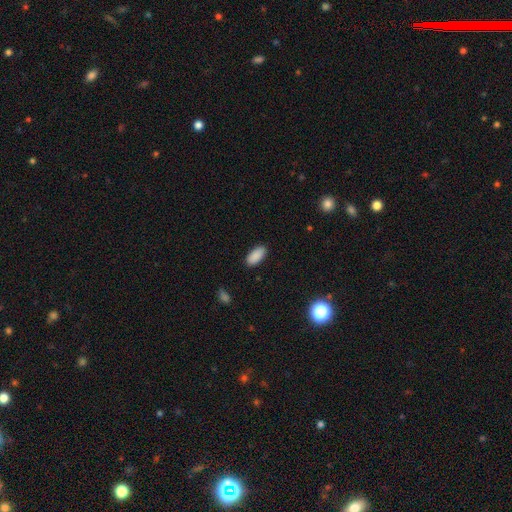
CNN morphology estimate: Smooth or featured: smooth — 90% (star or artifact — 7%)
How rounded: in between — 91% (cigar-shaped — 8%)
Merging: none — 89% (minor disturbance — 8%)